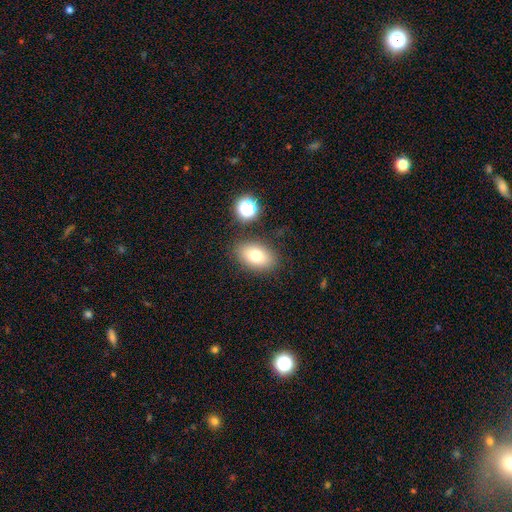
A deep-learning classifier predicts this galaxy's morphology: Overall: smooth (76%). How rounded: in between (88%). Merging: none (83%).